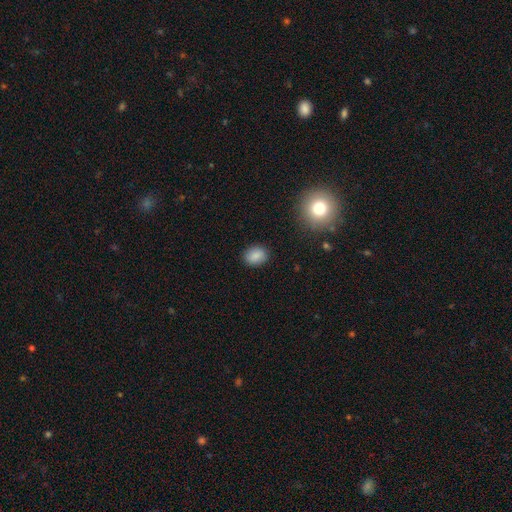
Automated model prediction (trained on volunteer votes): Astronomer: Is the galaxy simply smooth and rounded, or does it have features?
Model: smooth — 86%.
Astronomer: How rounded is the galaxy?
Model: in between — 59% (runner-up: round, 40%).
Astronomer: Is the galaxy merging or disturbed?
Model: none — 87%.